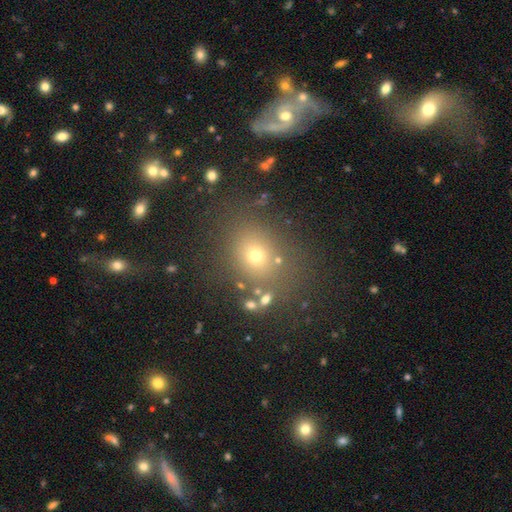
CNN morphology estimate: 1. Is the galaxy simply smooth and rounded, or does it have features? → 67% smooth, 22% star or artifact, 11% featured or disk.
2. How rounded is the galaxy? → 59% round, 40% in between, 1% cigar-shaped.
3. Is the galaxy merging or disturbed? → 77% none, 12% minor disturbance, 6% major disturbance, 5% merger.